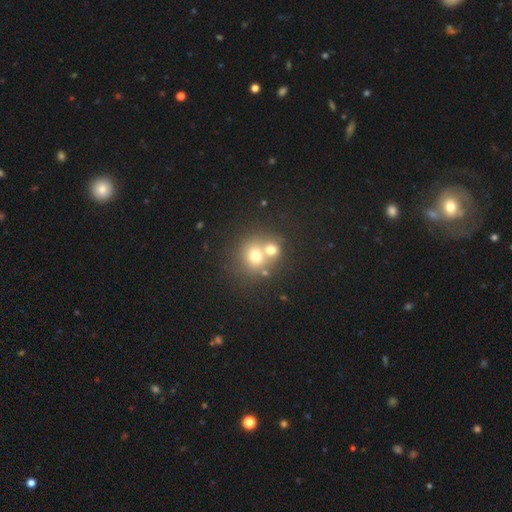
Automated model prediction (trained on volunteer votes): smooth_or_featured: smooth (p=0.68) [alt: featured or disk p=0.18]
how_rounded: round (p=0.80) [alt: in between p=0.19]
merging: merger (p=0.54) [alt: none p=0.37]